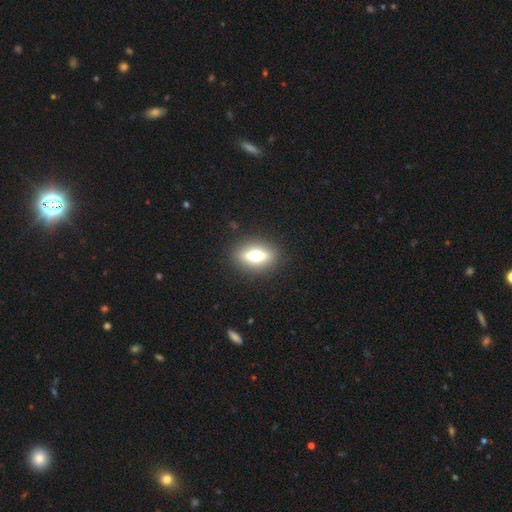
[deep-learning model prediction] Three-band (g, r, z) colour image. It shows a smooth galaxy with no disk features (54%) that is in between round and cigar-shaped (67%). Merging: none (88%).